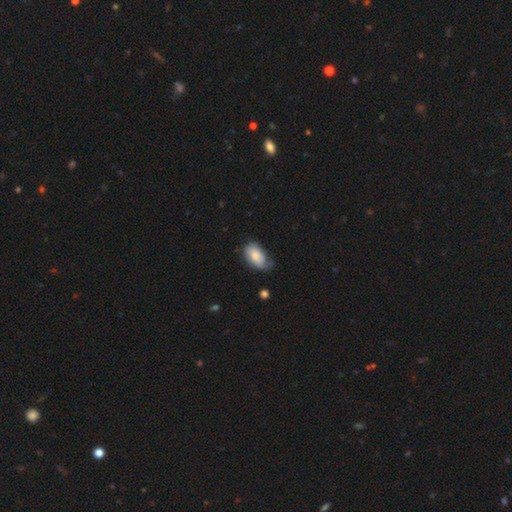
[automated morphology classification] Smooth or featured: smooth — 75% (featured or disk — 19%)
How rounded: in between — 93% (round — 5%)
Merging: none — 45% (minor disturbance — 40%)